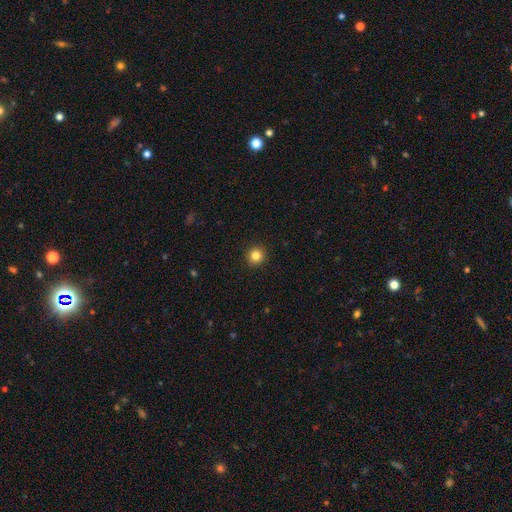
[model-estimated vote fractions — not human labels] Morphology: type=smooth (83%); roundness=round (94%); merging=none (93%).